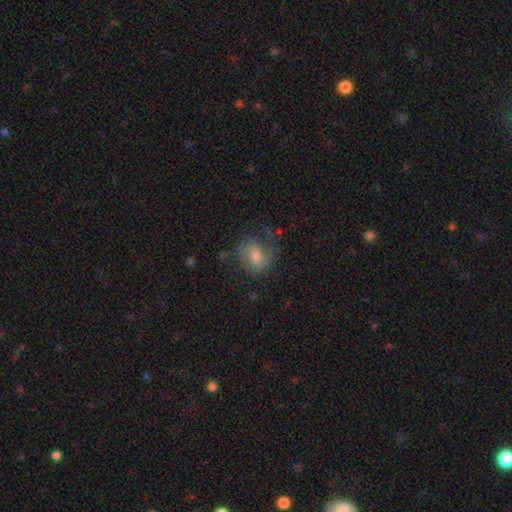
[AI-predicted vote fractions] Smooth or featured? featured or disk (57%)
Edge-on disk? no (97%)
Bar? no (47%)
Spiral arms? yes (84%)
Bulge size? moderate (57%)
Merging? none (57%)